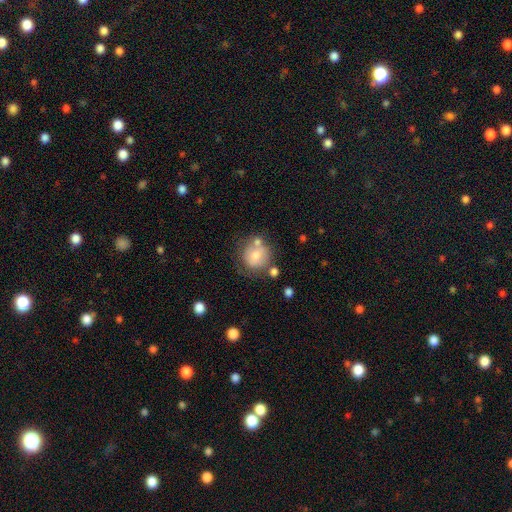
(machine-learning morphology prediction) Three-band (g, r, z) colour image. It shows a smooth galaxy with no disk features (70%) that is round (85%). Merging: none (57%).